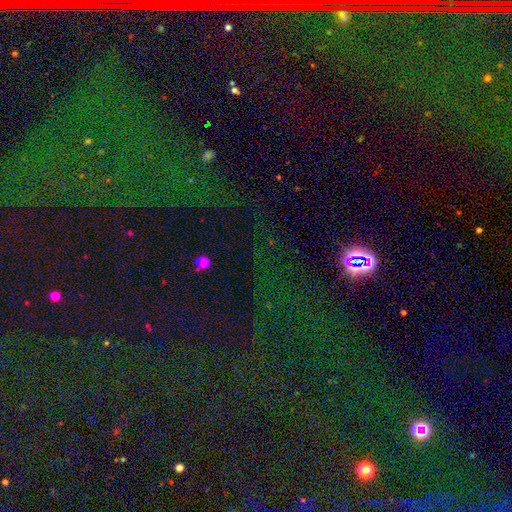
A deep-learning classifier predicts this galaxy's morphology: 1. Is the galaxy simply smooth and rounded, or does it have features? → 78% star or artifact, 13% smooth, 9% featured or disk.